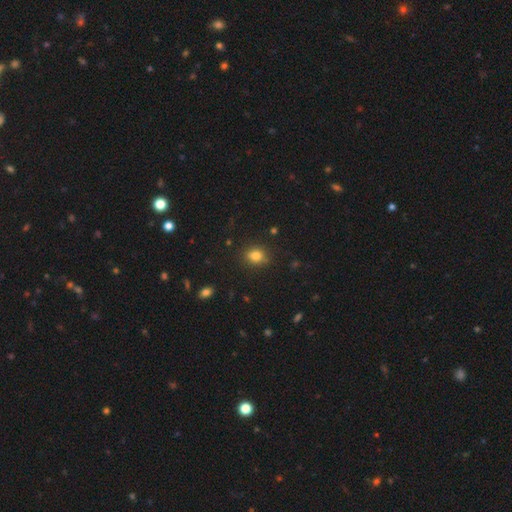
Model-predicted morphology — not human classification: This appears to be a smooth galaxy with no disk features (83%) that is round (56%). Merging: none (83%).